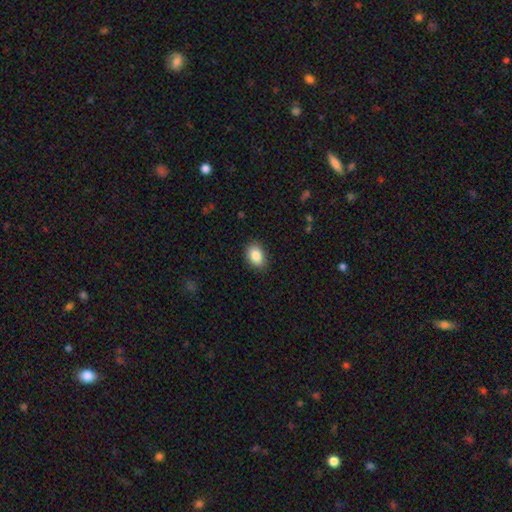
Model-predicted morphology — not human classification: smooth-or-featured: smooth: 86% | star or artifact: 8% | featured or disk: 6%
  how-rounded: in between: 80% | round: 19% | cigar-shaped: 1%
  merging: none: 88% | minor disturbance: 9% | major disturbance: 2% | merger: 1%